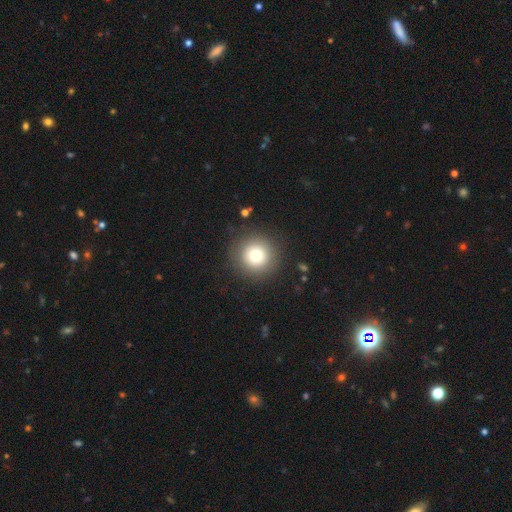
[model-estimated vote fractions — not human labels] smooth 74%, featured or disk 14%, star or artifact 13%. Down the decision tree: how rounded — round (96%); merging — none (88%).